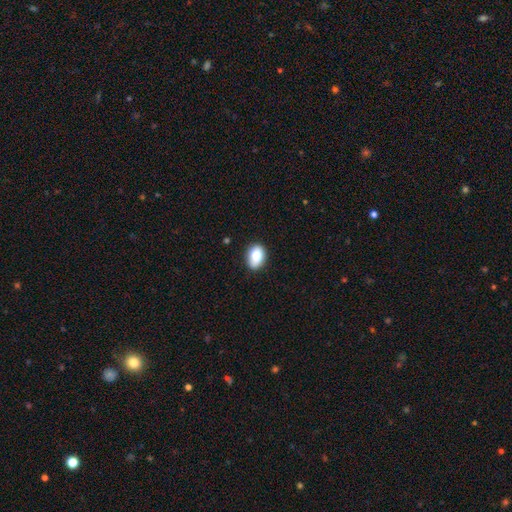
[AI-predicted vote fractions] Smooth or featured? smooth (81%)
How rounded? in between (77%)
Merging? none (77%)